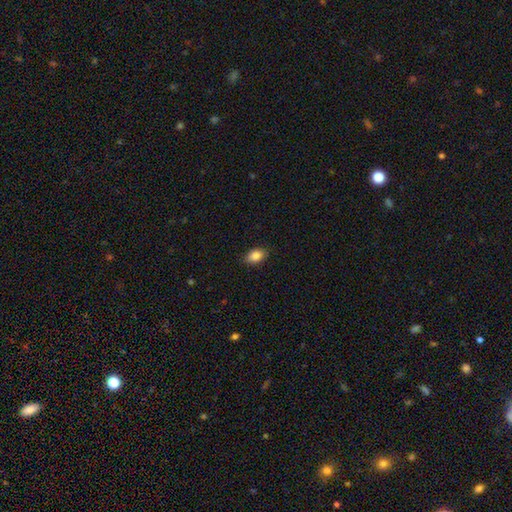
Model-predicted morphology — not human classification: This is clearly a smooth galaxy (86%). How rounded: clearly in between (88%). Merging: clearly none (87%).